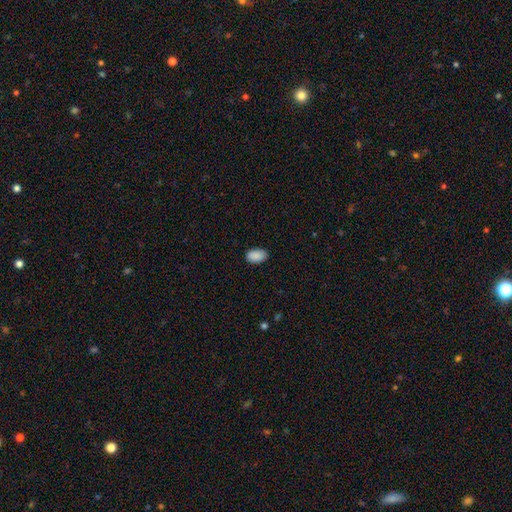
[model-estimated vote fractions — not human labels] The model was most divided on "merging": none: 86%, minor disturbance: 11%, major disturbance: 2%, merger: 1%. More confident: how rounded — in between (93%); smooth or featured — smooth (90%).